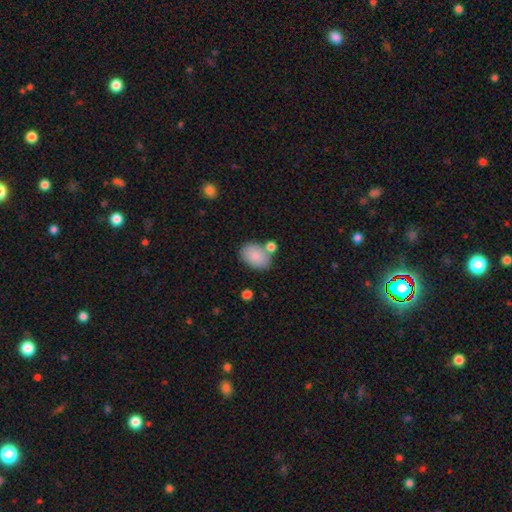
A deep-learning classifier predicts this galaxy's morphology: smooth_or_featured: smooth (p=0.87) [alt: star or artifact p=0.07]
how_rounded: in between (p=0.83) [alt: round p=0.16]
merging: none (p=0.67) [alt: merger p=0.15]